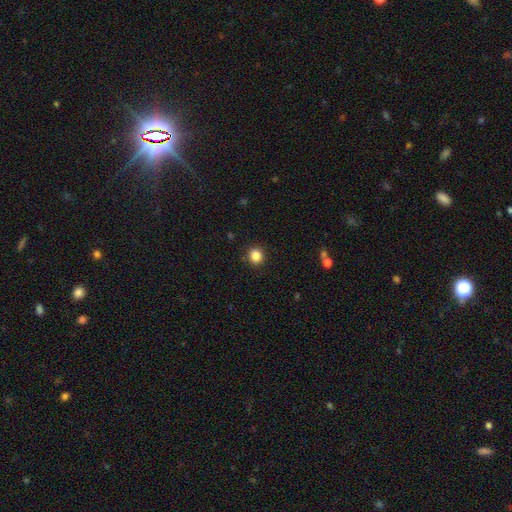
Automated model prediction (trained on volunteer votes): smooth-or-featured: smooth: 85% | star or artifact: 11% | featured or disk: 3%
  how-rounded: round: 88% | in between: 11% | cigar-shaped: 1%
  merging: none: 91% | minor disturbance: 6% | major disturbance: 2% | merger: 1%